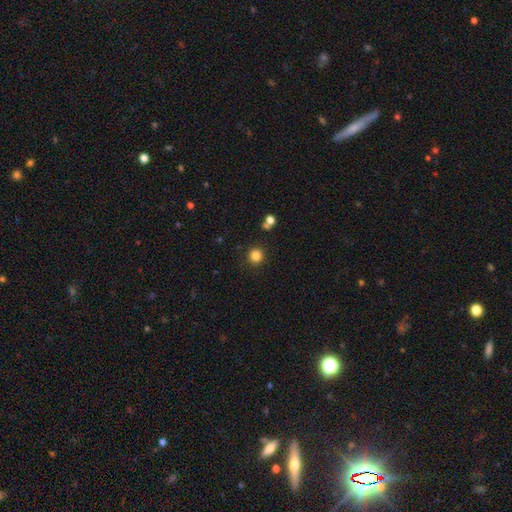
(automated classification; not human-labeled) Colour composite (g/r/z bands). It shows a smooth galaxy with no disk features (83%) that is round (94%). Merging: none (89%).